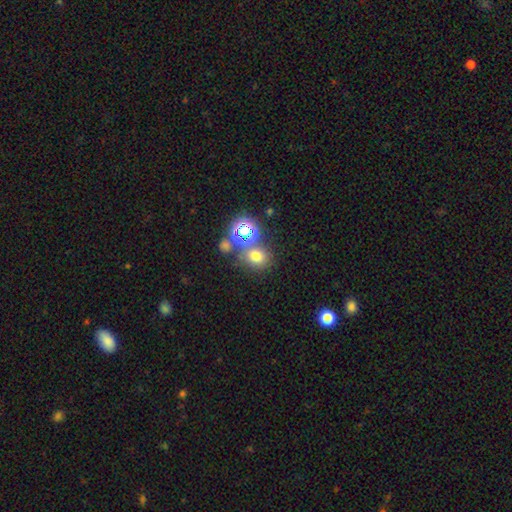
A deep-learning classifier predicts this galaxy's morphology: smooth-or-featured: smooth: 64% | star or artifact: 27% | featured or disk: 9%
  how-rounded: round: 73% | in between: 26% | cigar-shaped: 1%
  merging: none: 64% | merger: 21% | minor disturbance: 10% | major disturbance: 5%